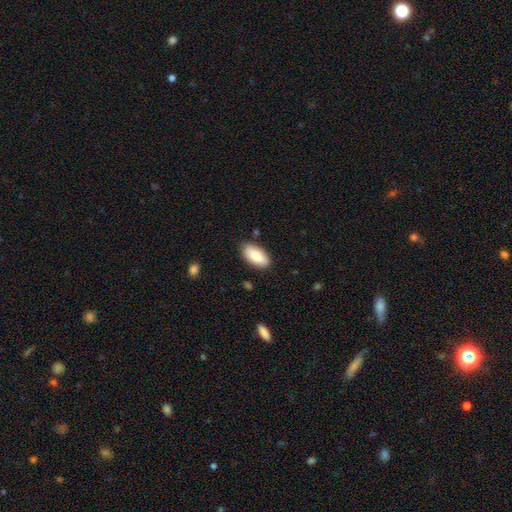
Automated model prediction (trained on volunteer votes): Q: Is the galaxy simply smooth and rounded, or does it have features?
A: smooth — 79%.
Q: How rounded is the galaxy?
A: in between — 90%.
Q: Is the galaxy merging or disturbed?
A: none — 85%.